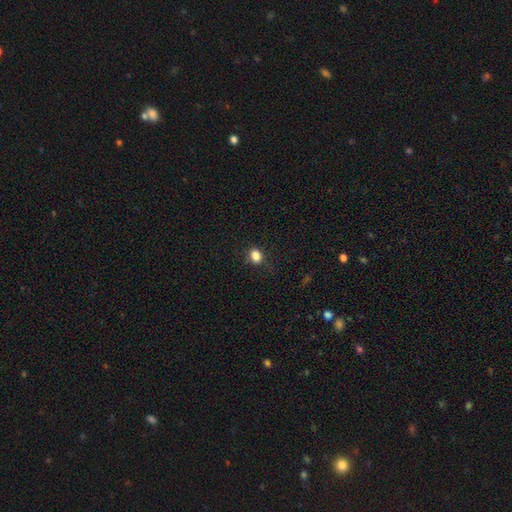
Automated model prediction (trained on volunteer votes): A smooth galaxy with no disk features (84%) that is round (51%). Merging: none (83%).